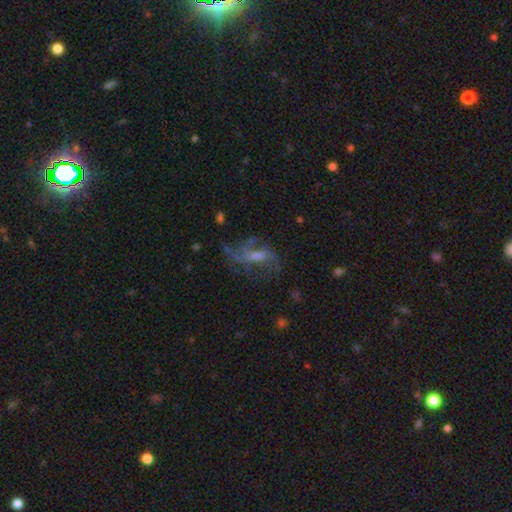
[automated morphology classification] This appears to be a featured or disk galaxy (65%) with a weak bar (46%), spiral arms (74%) and a moderate central bulge (39%). Merging: none (45%).